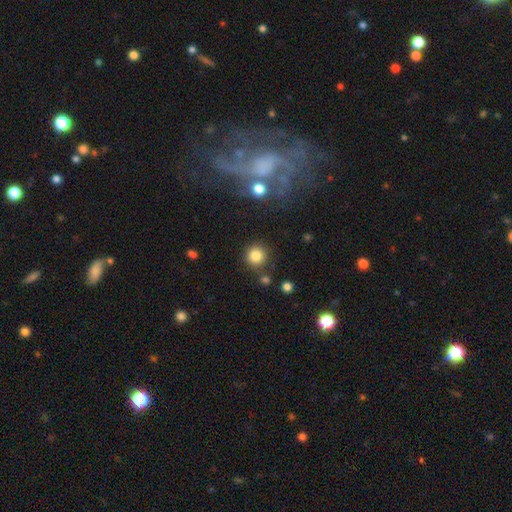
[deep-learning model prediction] A smooth galaxy with no disk features (83%) that is round (93%).

Vote fractions:
- Smooth or featured? smooth: 83% / star or artifact: 11% / featured or disk: 6%
- How rounded? round: 93% / in between: 6% / cigar-shaped: 1%
- Merging? none: 83% / minor disturbance: 8% / merger: 6% / major disturbance: 3%